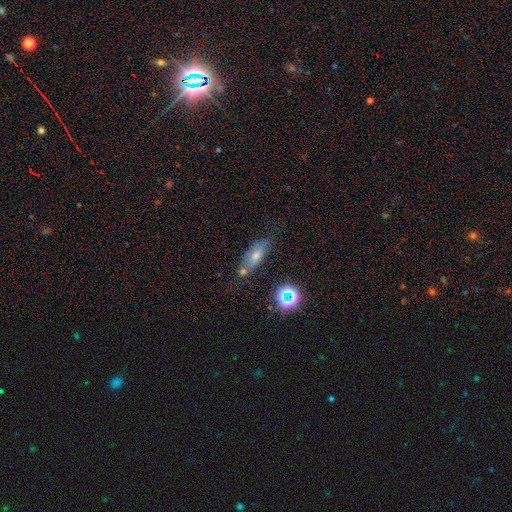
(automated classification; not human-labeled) A smooth galaxy with no disk features (53%) that is in between round and cigar-shaped (64%).

Vote fractions:
- Smooth or featured? smooth: 53% / featured or disk: 27% / star or artifact: 20%
- How rounded? in between: 64% / cigar-shaped: 27% / round: 9%
- Merging? none: 65% / minor disturbance: 19% / merger: 10% / major disturbance: 6%